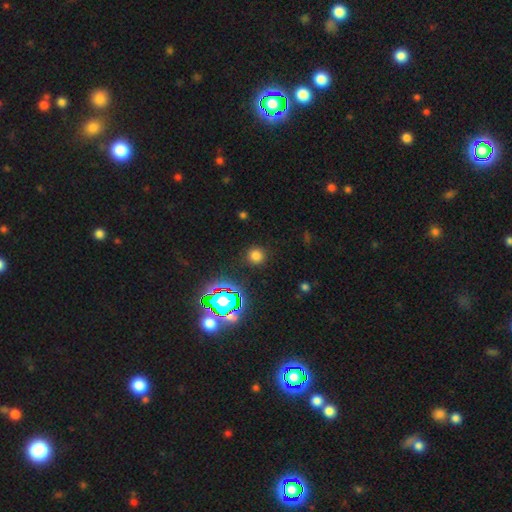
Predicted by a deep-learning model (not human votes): A smooth galaxy with no disk features (70%) that is round (92%).

Vote fractions:
- Smooth or featured? smooth: 70% / star or artifact: 24% / featured or disk: 6%
- How rounded? round: 92% / in between: 7% / cigar-shaped: 1%
- Merging? none: 89% / minor disturbance: 7% / major disturbance: 3% / merger: 2%